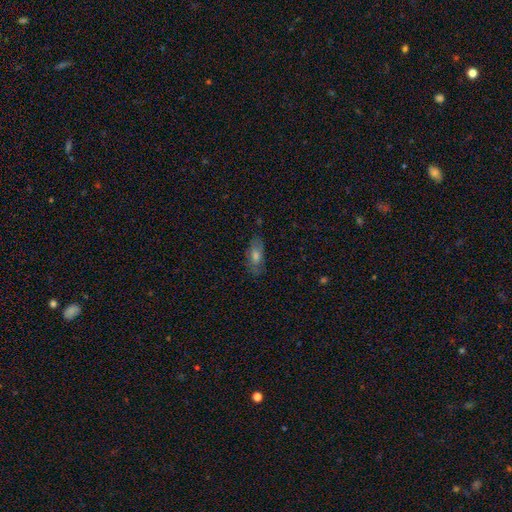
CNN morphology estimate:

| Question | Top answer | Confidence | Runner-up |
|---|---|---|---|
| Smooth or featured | smooth | 51% | featured or disk (35%) |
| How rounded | in between | 79% | cigar-shaped (15%) |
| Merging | none | 76% | minor disturbance (17%) |